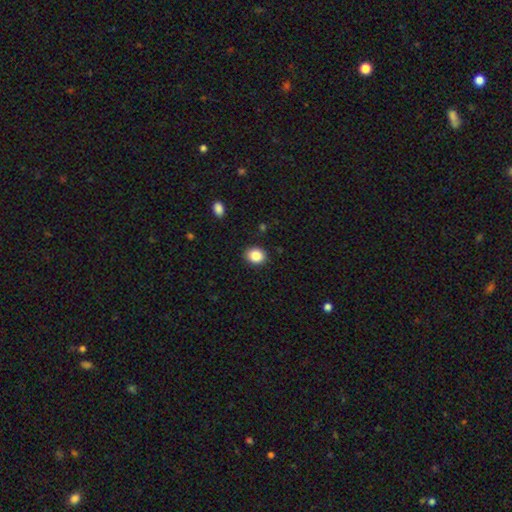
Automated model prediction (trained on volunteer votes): Overall: smooth (86%). How rounded: round (59%; in between 40%). Merging: none (89%).